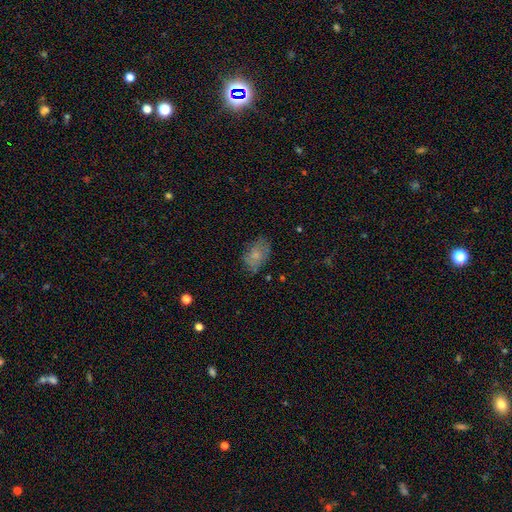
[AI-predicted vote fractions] Smooth or featured? Predicted: smooth (p=0.67). How rounded? Predicted: in between (p=0.87). Merging? Predicted: none (p=0.66).